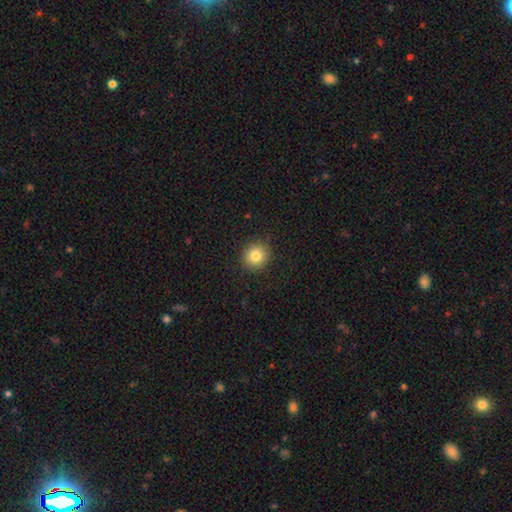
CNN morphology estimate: smooth-or-featured: smooth: 82% | star or artifact: 11% | featured or disk: 7%
  how-rounded: round: 91% | in between: 8% | cigar-shaped: 1%
  merging: none: 90% | minor disturbance: 7% | major disturbance: 2% | merger: 1%